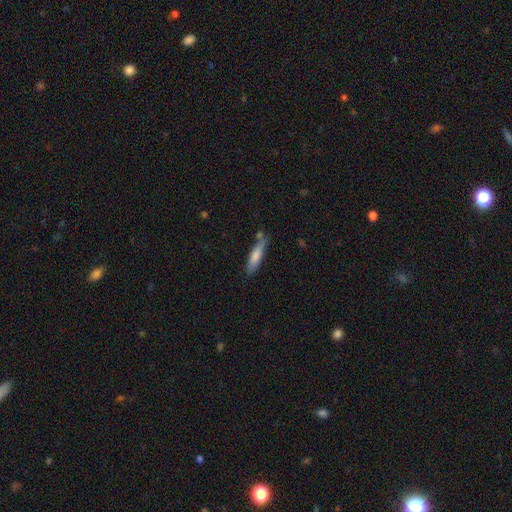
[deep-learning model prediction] A smooth galaxy with no disk features (75%) that is cigar-shaped (74%). Merging: none (63%).